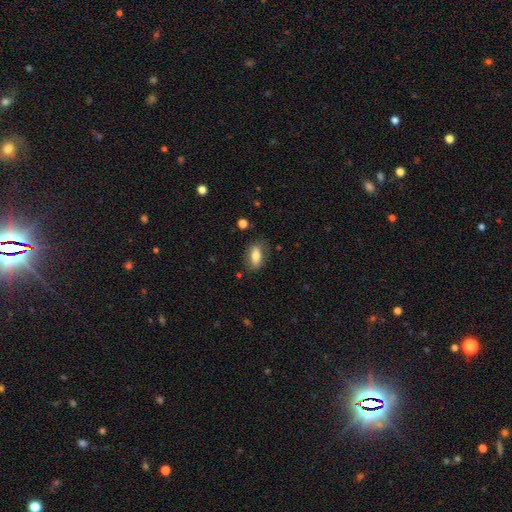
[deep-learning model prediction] This is likely a smooth galaxy (69%). How rounded: clearly in between (81%). Merging: likely none (76%).